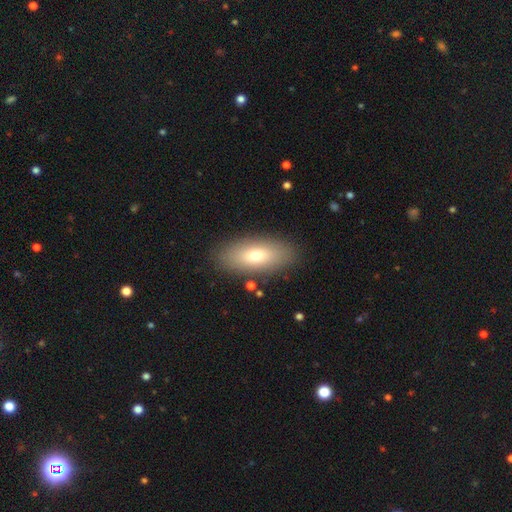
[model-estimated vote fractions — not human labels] Morphology: type=smooth (69%); roundness=in between (83%); merging=none (87%).